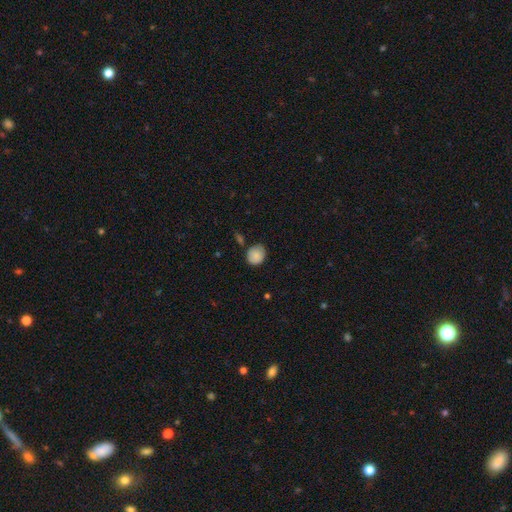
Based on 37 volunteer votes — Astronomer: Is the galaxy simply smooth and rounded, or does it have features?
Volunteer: smooth — 92%.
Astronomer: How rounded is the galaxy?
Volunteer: round — 65%.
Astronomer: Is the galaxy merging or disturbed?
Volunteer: none — 57% (runner-up: minor disturbance, 37%).